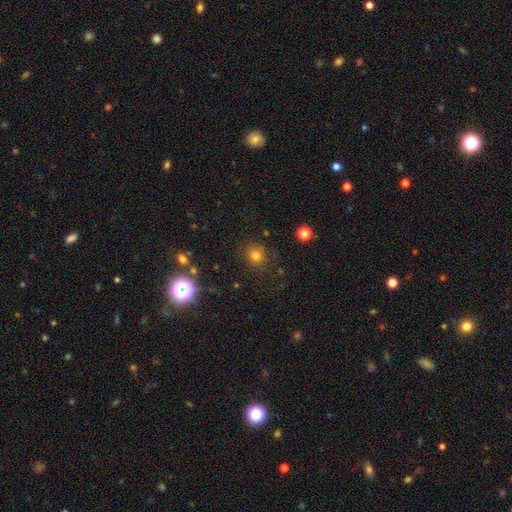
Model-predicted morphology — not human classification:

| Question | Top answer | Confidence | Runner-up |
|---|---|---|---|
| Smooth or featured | smooth | 76% | star or artifact (17%) |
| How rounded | round | 80% | in between (19%) |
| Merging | none | 80% | minor disturbance (12%) |